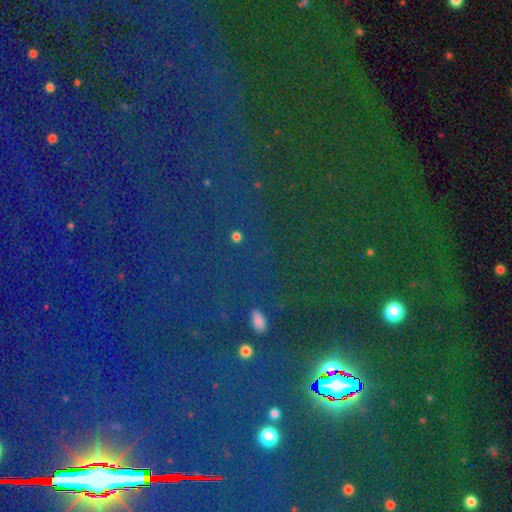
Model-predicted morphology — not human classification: Smooth or featured? star or artifact (82%)